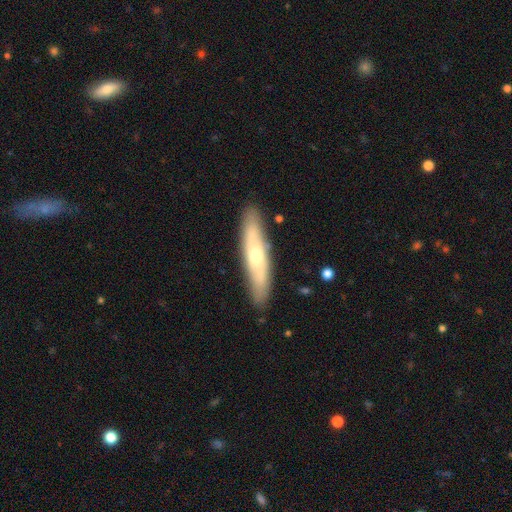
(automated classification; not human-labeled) A featured or disk galaxy (50%).

Vote fractions:
- Smooth or featured? featured or disk: 50% / smooth: 45% / star or artifact: 6%
- Merging? none: 87% / minor disturbance: 10% / major disturbance: 2% / merger: 2%